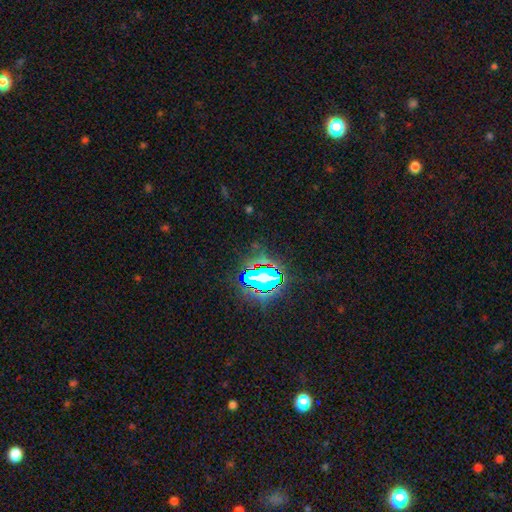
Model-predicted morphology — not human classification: A star or artifact, not a galaxy (82%).